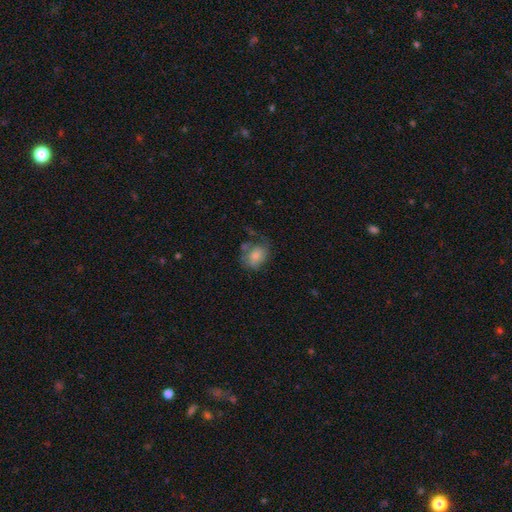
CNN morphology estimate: Smooth or featured? Predicted: smooth (p=0.68). How rounded? Predicted: in between (p=0.58). Merging? Predicted: none (p=0.37).